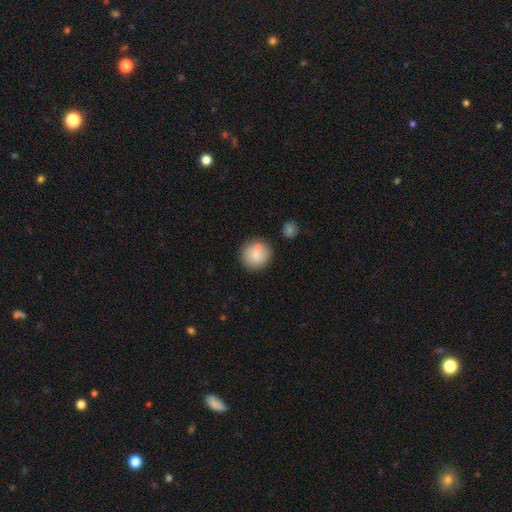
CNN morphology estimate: Smooth or featured? Predicted: smooth (p=0.81). How rounded? Predicted: round (p=0.90). Merging? Predicted: none (p=0.70).